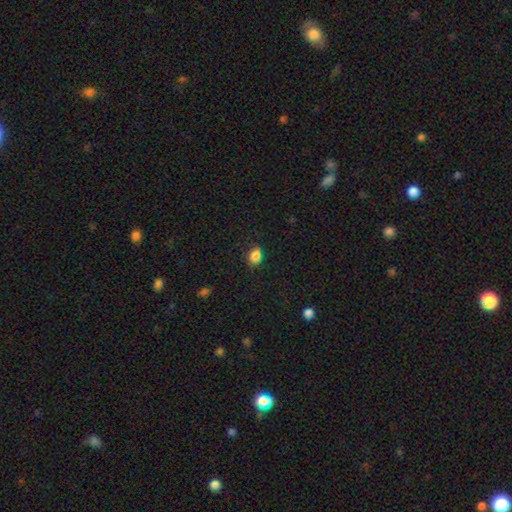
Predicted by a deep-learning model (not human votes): Q: Smooth or featured?
A: smooth (83%); runner-up: star or artifact (11%)
Q: How rounded?
A: in between (68%); runner-up: round (31%)
Q: Merging?
A: none (75%); runner-up: minor disturbance (19%)